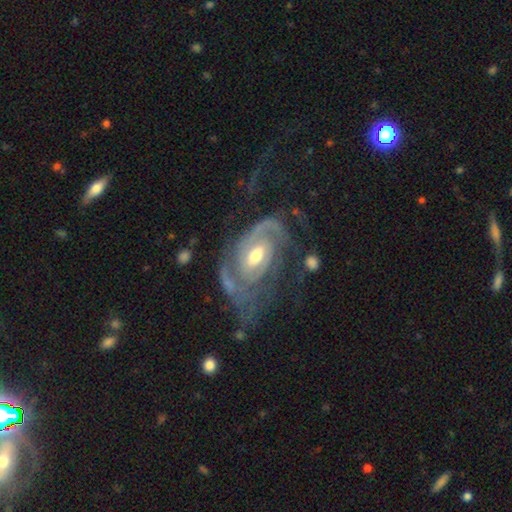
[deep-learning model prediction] Smooth or featured?
  - featured or disk: 88% *
  - smooth: 7%
  - star or artifact: 5%
Edge-on disk?
  - no: 96% *
  - yes: 4%
Bar?
  - weak: 44% *
  - no: 41%
  - strong: 15%
Spiral arms?
  - yes: 94% *
  - no: 6%
Spiral winding?
  - tight: 56% *
  - medium: 33%
  - loose: 11%
Spiral arm count?
  - 2: 50% *
  - can't tell: 21%
  - 3: 12%
  - 1: 9%
  - 4: 4%
  - more than 4: 4%
Bulge size?
  - moderate: 71% *
  - small: 14%
  - large: 12%
  - none: 1%
  - dominant: 1%
Merging?
  - none: 49% *
  - major disturbance: 25%
  - minor disturbance: 22%
  - merger: 4%